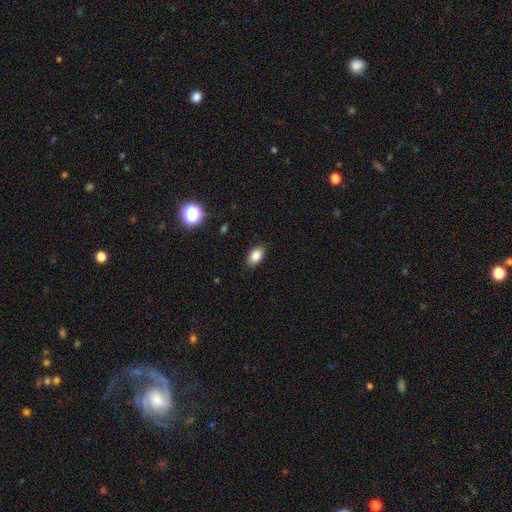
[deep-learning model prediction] A smooth galaxy with no disk features (85%) that is in between round and cigar-shaped (89%). Merging: none (88%).